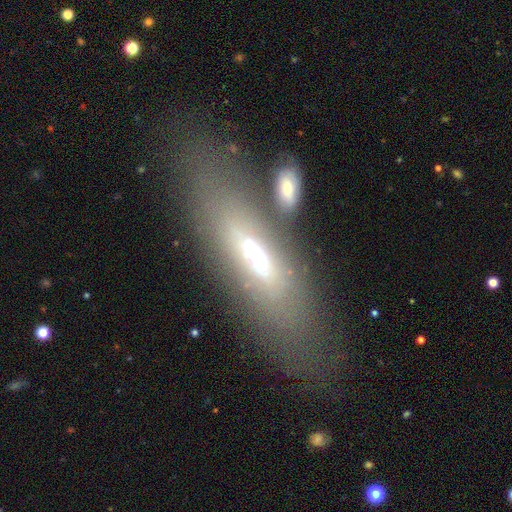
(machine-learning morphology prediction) This is possibly a featured or disk galaxy (47%). Merging: likely none (63%).